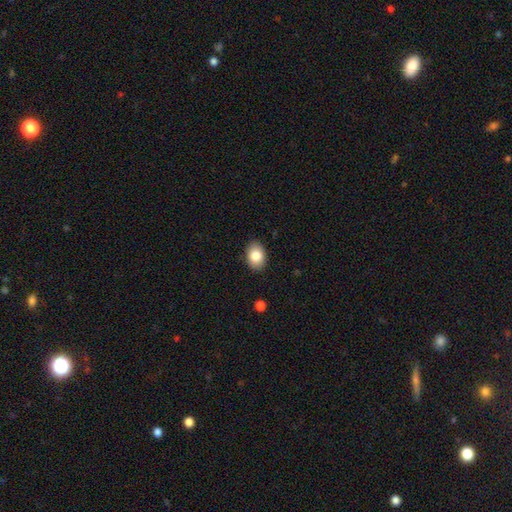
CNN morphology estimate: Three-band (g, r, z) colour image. It shows a smooth galaxy with no disk features (84%) that is in between round and cigar-shaped (79%). Merging: none (89%).